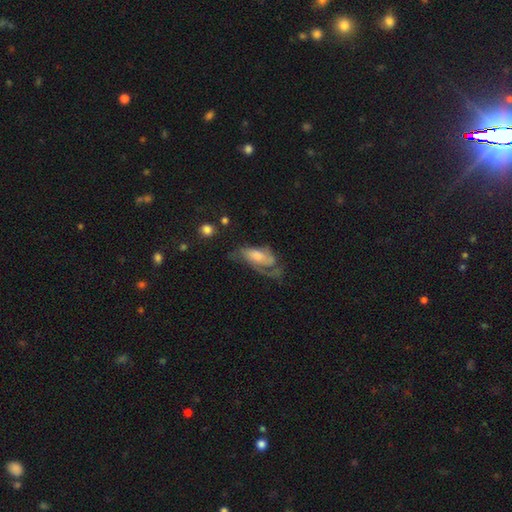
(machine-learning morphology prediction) smooth_or_featured: featured or disk (p=0.64) [alt: smooth p=0.24]
disk_edge_on: no (p=0.90) [alt: yes p=0.10]
bar: no (p=0.63) [alt: weak p=0.29]
has_spiral_arms: yes (p=0.81) [alt: no p=0.19]
bulge_size: moderate (p=0.41) [alt: small p=0.30]
merging: none (p=0.42) [alt: major disturbance p=0.32]